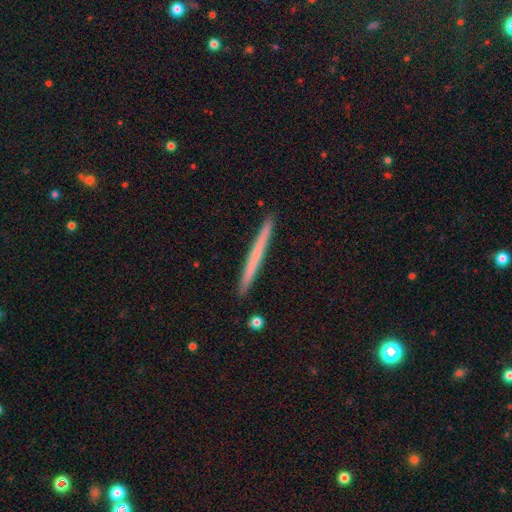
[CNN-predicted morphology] This appears to be a smooth galaxy with no disk features (52%) that is cigar-shaped (97%). Merging: none (92%).